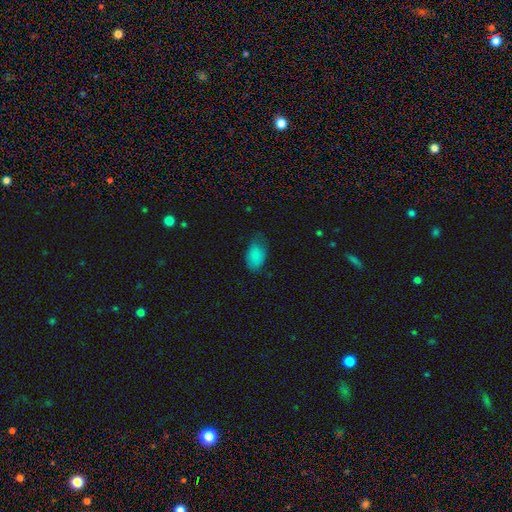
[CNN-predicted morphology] type=smooth (85%); roundness=in between (92%); merging=none (59%).